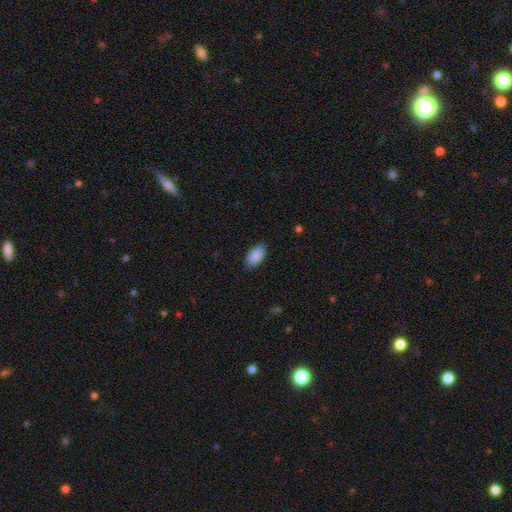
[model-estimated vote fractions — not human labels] This is clearly a smooth galaxy (90%). How rounded: clearly in between (94%). Merging: clearly none (84%).